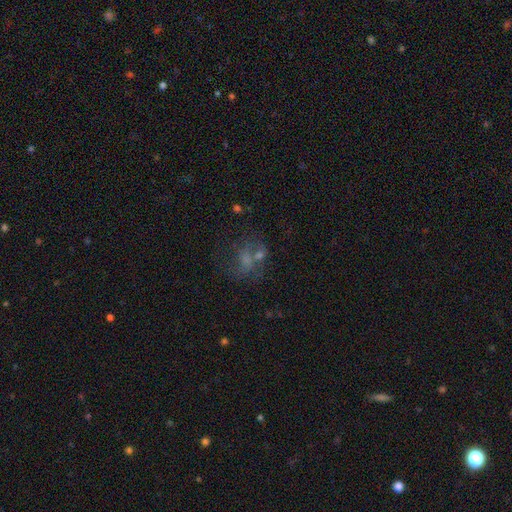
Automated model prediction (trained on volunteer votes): Smooth or featured? smooth (42%)
Merging? none (36%)